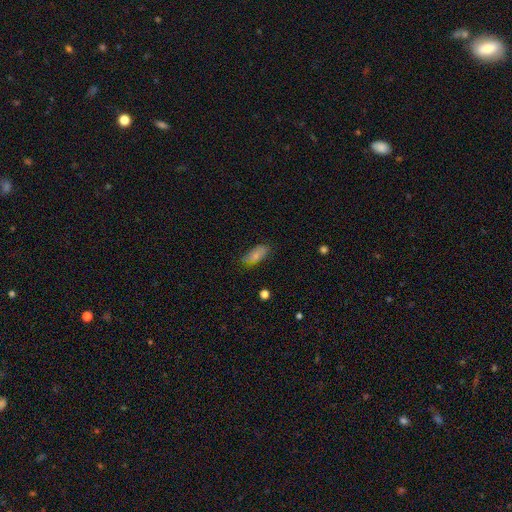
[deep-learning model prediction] Smooth or featured: smooth — 77% (featured or disk — 15%)
How rounded: in between — 84% (cigar-shaped — 13%)
Merging: none — 69% (minor disturbance — 24%)